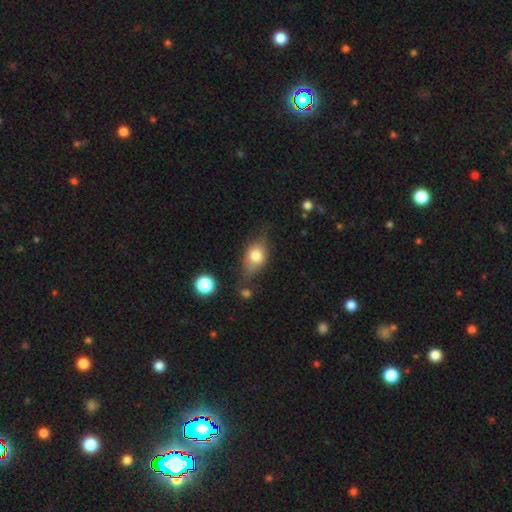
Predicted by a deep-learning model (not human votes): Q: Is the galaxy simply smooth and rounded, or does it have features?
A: smooth — 70%.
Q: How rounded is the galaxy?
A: in between — 77%.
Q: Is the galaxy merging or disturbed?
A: none — 55%.